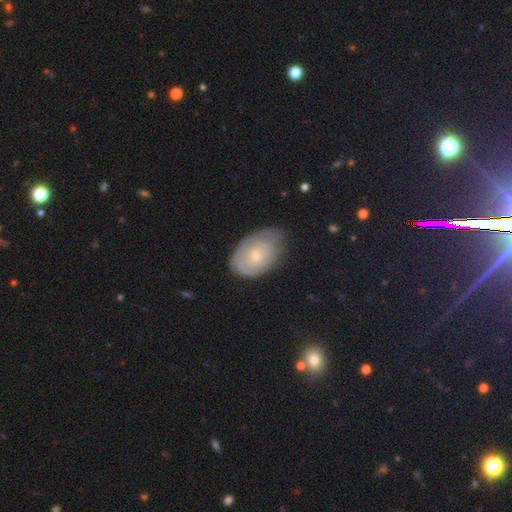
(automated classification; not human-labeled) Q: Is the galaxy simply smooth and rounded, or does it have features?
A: featured or disk — 51%.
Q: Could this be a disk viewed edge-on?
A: no — 94%.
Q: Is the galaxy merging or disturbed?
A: none — 60%.